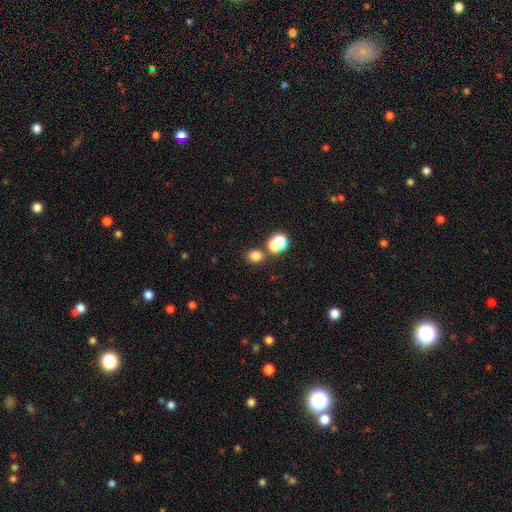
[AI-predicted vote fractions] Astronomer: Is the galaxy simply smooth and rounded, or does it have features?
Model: smooth — 75%.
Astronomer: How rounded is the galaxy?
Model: round — 60% (runner-up: in between, 39%).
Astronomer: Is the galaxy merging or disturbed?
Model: none — 60%.